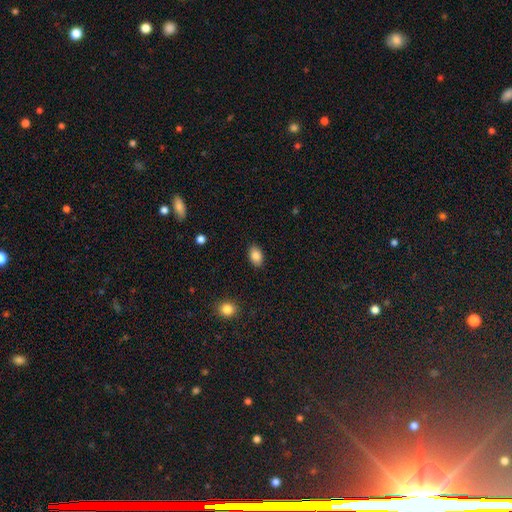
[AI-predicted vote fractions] A smooth galaxy with no disk features (86%) that is in between round and cigar-shaped (87%). Merging: none (88%).